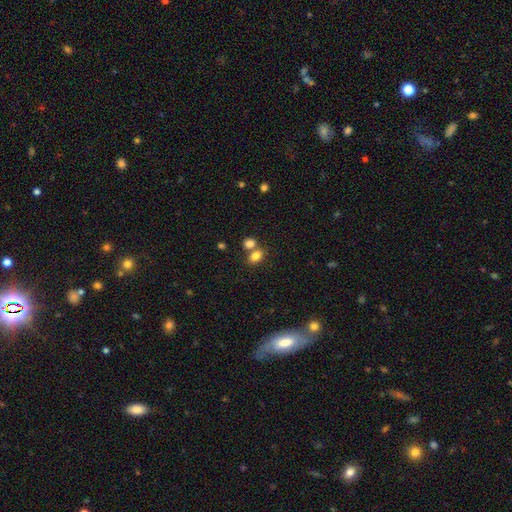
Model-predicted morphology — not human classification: Overall: smooth (82%). How rounded: in between (74%). Merging: none (48%; merger 39%).